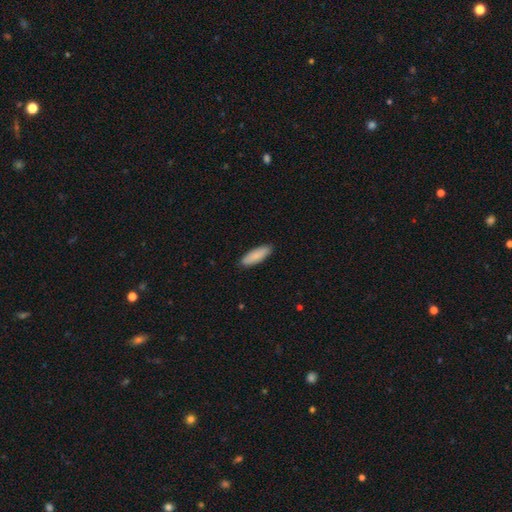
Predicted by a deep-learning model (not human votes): Smooth or featured?
  - smooth: 86% *
  - featured or disk: 8%
  - star or artifact: 5%
How rounded?
  - in between: 55% *
  - cigar-shaped: 44%
  - round: 2%
Merging?
  - none: 88% *
  - minor disturbance: 9%
  - major disturbance: 2%
  - merger: 1%